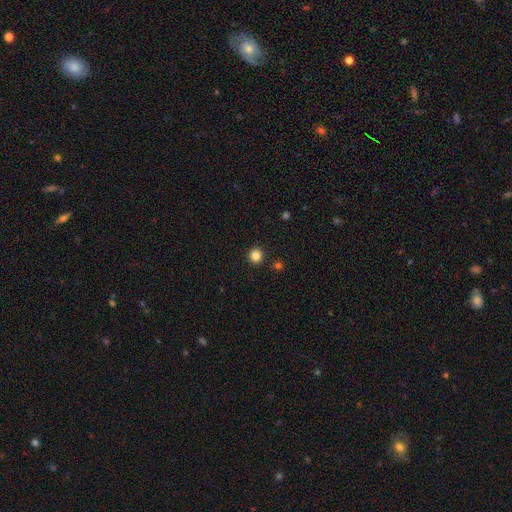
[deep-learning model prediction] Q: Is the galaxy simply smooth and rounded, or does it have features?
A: smooth — 84%.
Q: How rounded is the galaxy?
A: round — 93%.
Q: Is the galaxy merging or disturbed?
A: none — 92%.